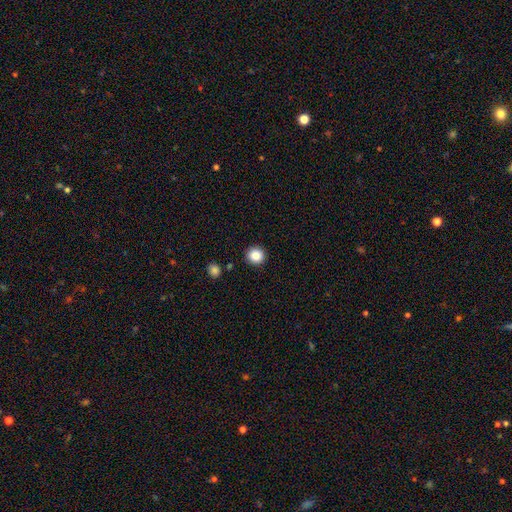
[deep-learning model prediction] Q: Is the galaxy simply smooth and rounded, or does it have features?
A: smooth — 86%.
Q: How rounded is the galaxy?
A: round — 92%.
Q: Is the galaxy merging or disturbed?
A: none — 91%.